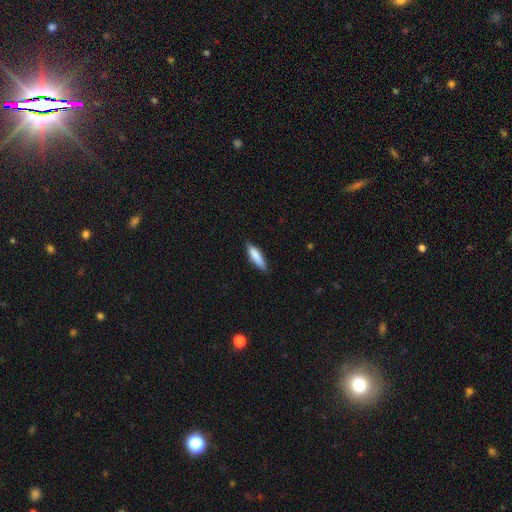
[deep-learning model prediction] The model was most divided on "how rounded": cigar-shaped: 71%, in between: 28%, round: 1%. More confident: merging — none (82%); smooth or featured — smooth (81%).